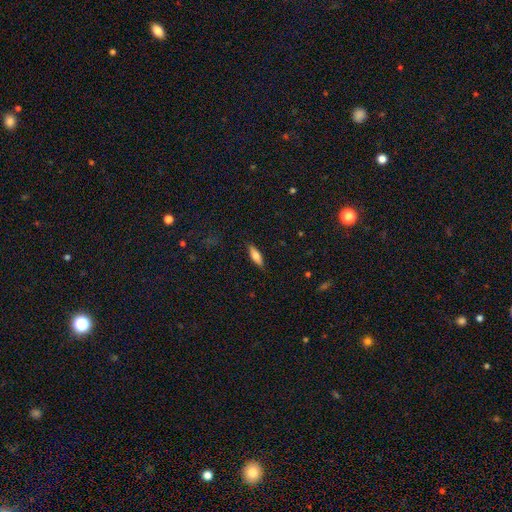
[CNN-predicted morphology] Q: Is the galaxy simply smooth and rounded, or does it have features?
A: smooth — 67%.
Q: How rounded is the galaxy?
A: in between — 56%.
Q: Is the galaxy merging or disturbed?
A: none — 86%.